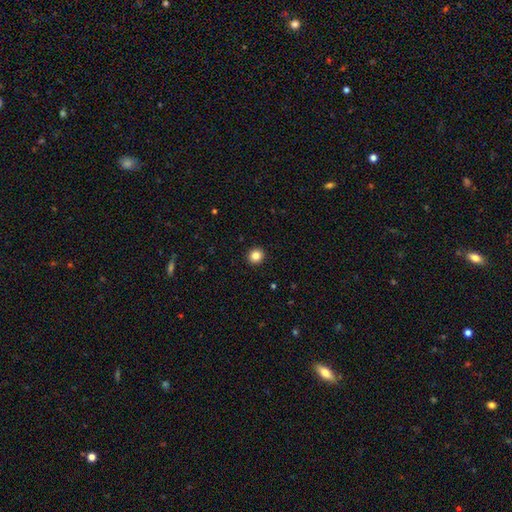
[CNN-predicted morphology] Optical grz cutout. It shows a smooth galaxy with no disk features (85%) that is round (91%). Merging: none (94%).